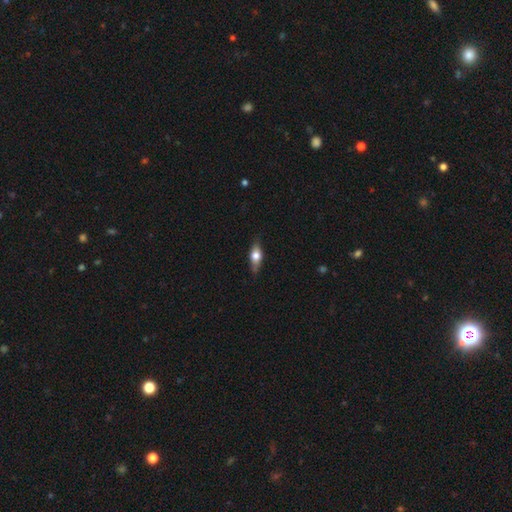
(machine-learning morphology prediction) Smooth or featured? Predicted: smooth (p=0.52). How rounded? Predicted: in between (p=0.68). Merging? Predicted: none (p=0.81).